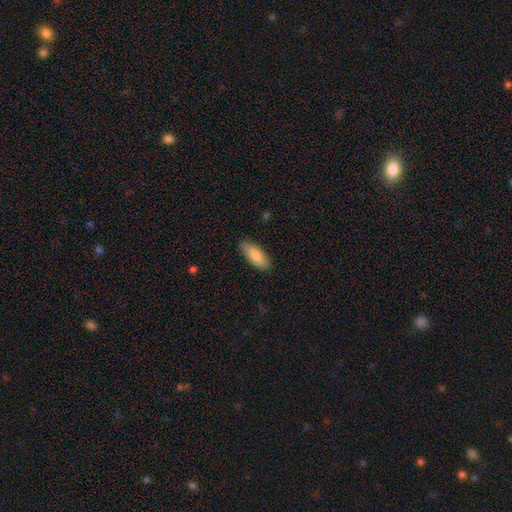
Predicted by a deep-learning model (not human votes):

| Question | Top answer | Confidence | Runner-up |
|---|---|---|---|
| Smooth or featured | smooth | 83% | featured or disk (12%) |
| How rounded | in between | 73% | cigar-shaped (25%) |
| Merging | none | 86% | minor disturbance (11%) |